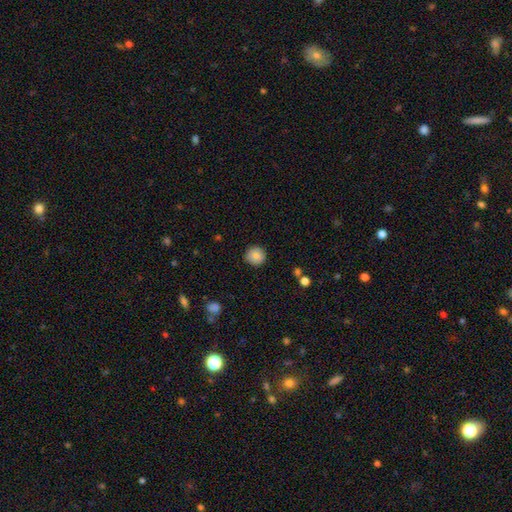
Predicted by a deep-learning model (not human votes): A smooth galaxy with no disk features (85%) that is round (94%).

Vote fractions:
- Smooth or featured? smooth: 85% / star or artifact: 8% / featured or disk: 7%
- How rounded? round: 94% / in between: 5% / cigar-shaped: 1%
- Merging? none: 90% / minor disturbance: 7% / major disturbance: 2% / merger: 1%